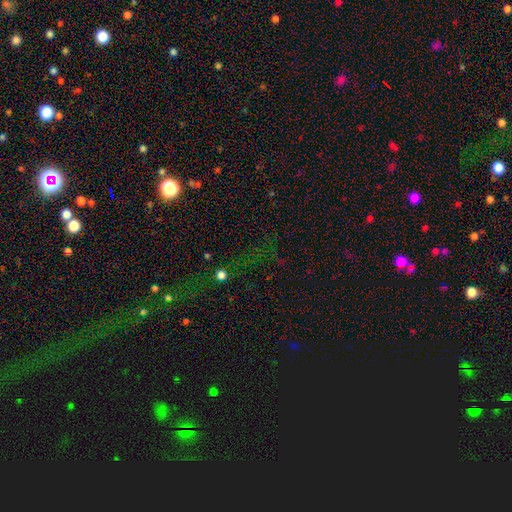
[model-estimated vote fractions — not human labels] This is likely a star or artifact rather than a galaxy (75%).